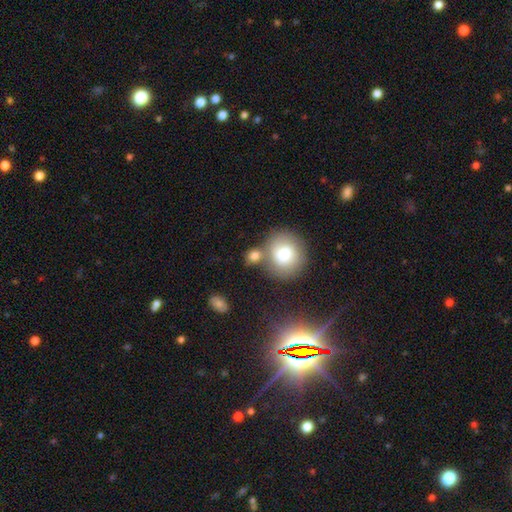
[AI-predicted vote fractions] Overall: smooth (67%). How rounded: round (74%). Merging: none (62%).